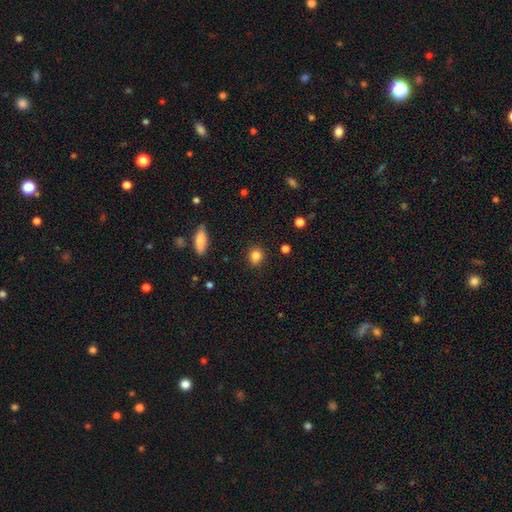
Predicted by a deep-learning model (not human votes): This is clearly a smooth galaxy (84%). How rounded: likely round (71%). Merging: clearly none (87%).